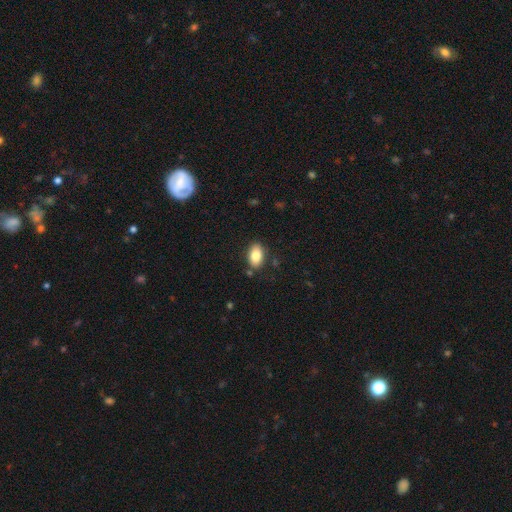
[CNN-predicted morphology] This is clearly a smooth galaxy (82%). How rounded: clearly in between (91%). Merging: clearly none (84%).